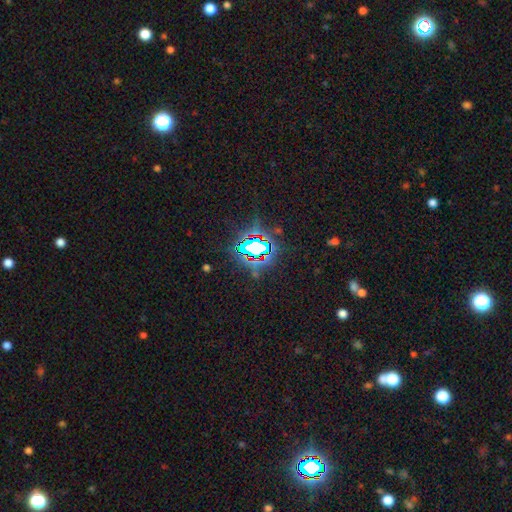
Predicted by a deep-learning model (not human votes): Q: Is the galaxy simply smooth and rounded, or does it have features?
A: star or artifact — 77%.